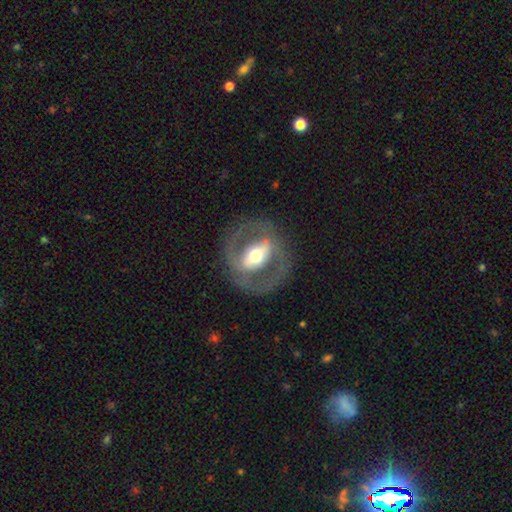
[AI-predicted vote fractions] Smooth or featured: featured or disk — 75% (smooth — 20%)
Edge-on disk: no — 91% (yes — 9%)
Bar: strong — 57% (weak — 23%)
Spiral arms: no — 62% (yes — 38%)
Bulge size: moderate — 61% (large — 25%)
Merging: none — 77% (major disturbance — 11%)